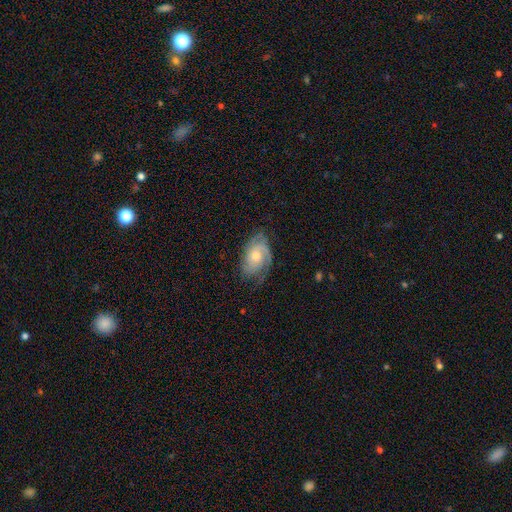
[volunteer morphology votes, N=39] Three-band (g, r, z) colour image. It shows a featured or disk galaxy (85%) with no bar (88%), tight (61%) spiral arms (100%) and a moderate central bulge (76%). Merging: none (70%).